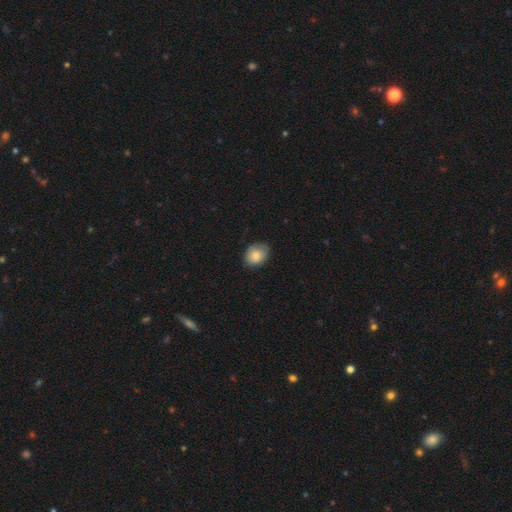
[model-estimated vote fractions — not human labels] smooth_or_featured: smooth (p=0.83) [alt: featured or disk p=0.10]
how_rounded: round (p=0.50) [alt: in between p=0.49]
merging: none (p=0.71) [alt: minor disturbance p=0.24]